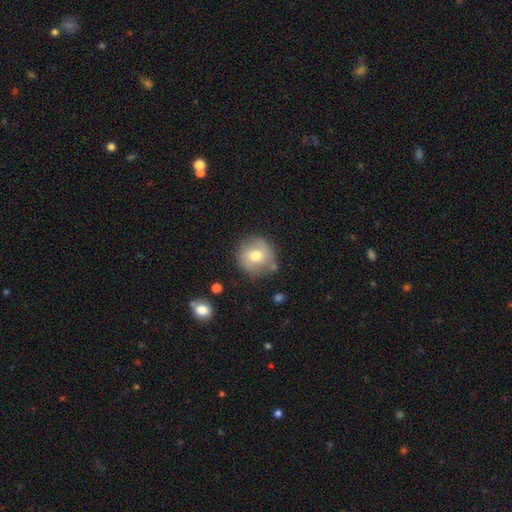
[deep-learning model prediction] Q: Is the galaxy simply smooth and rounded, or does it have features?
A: smooth — 67%.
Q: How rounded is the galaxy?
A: round — 91%.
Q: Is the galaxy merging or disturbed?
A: none — 77%.